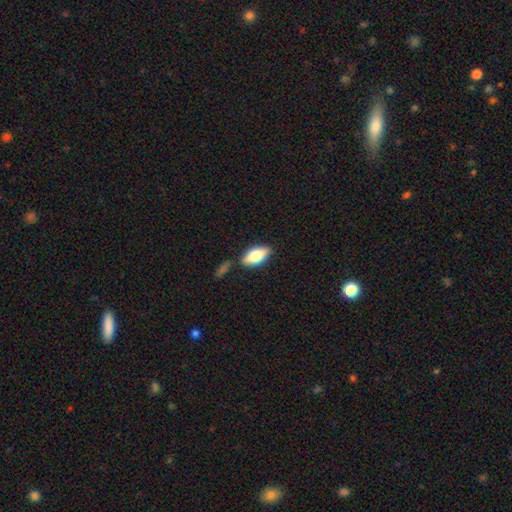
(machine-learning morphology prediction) Smooth or featured: smooth — 71% (featured or disk — 22%)
How rounded: in between — 88% (cigar-shaped — 9%)
Merging: none — 77% (minor disturbance — 13%)